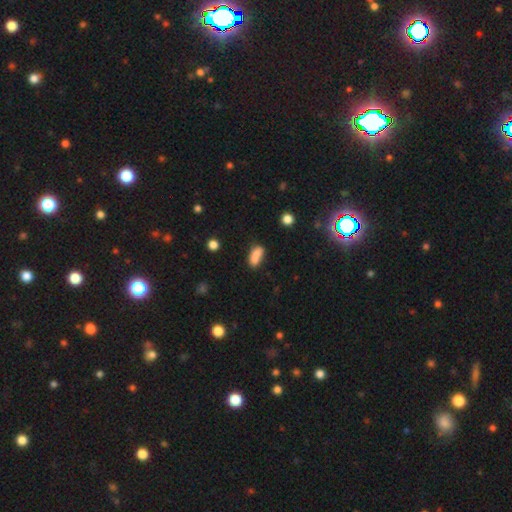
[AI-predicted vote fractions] This appears to be a smooth galaxy with no disk features (77%) that is in between round and cigar-shaped (80%). Merging: none (39%).